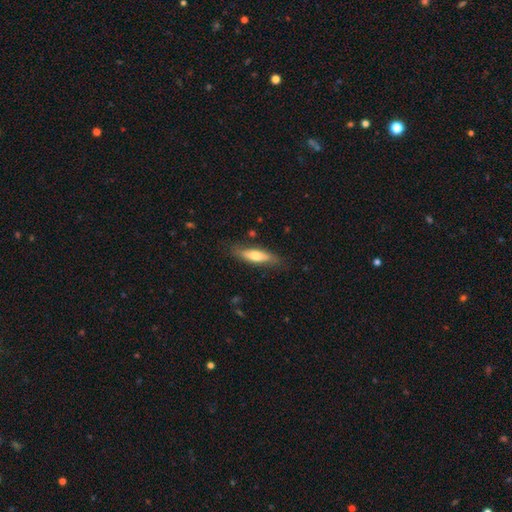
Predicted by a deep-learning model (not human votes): smooth_or_featured: smooth (p=0.60) [alt: featured or disk p=0.34]
how_rounded: cigar-shaped (p=0.58) [alt: in between p=0.39]
merging: none (p=0.78) [alt: minor disturbance p=0.17]